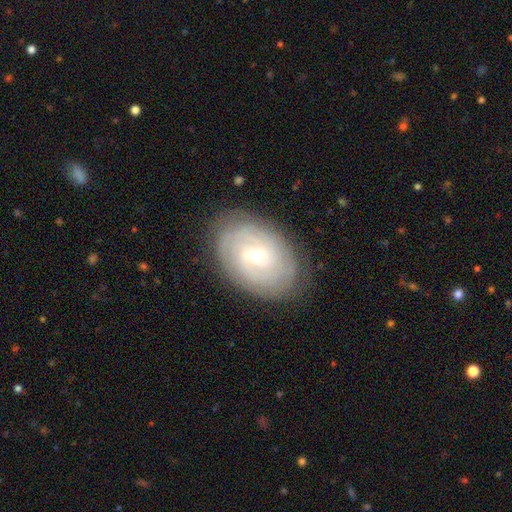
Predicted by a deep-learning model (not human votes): This appears to be a featured or disk galaxy (76%) with a weak bar (53%), tight (75%) spiral arms (86%) and a moderate central bulge (54%). Merging: none (81%).